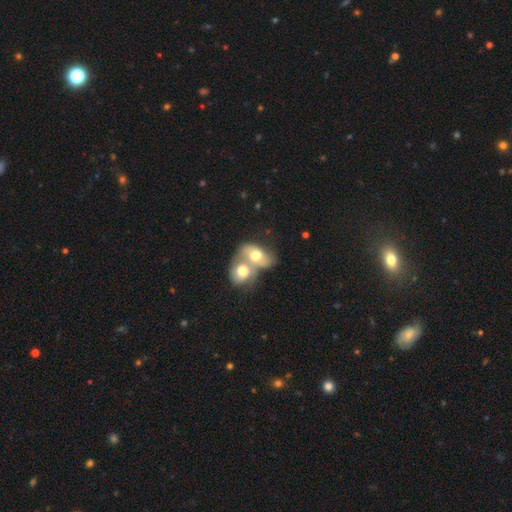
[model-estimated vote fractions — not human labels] smooth 55%, featured or disk 38%, star or artifact 7%. Down the decision tree: how rounded — in between (71%); merging — merger (79%).